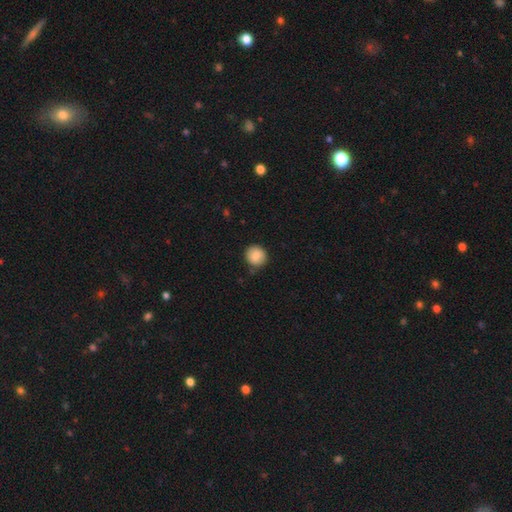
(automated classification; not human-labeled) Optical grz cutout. It shows a smooth galaxy with no disk features (86%) that is round (91%). Merging: none (79%).